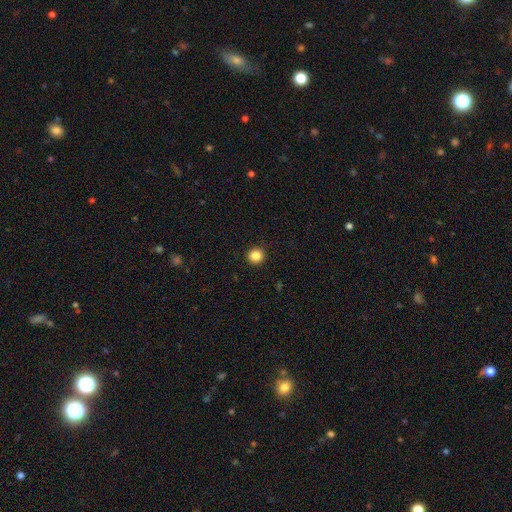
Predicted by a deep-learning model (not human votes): Morphology: type=smooth (86%); roundness=round (94%); merging=none (93%).